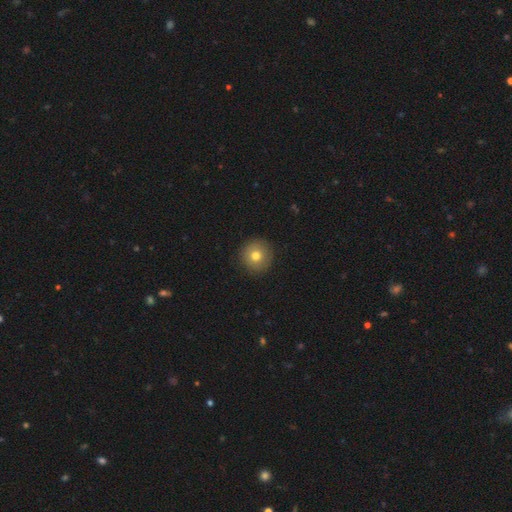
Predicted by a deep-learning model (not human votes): A smooth galaxy with no disk features (76%) that is round (96%).

Vote fractions:
- Smooth or featured? smooth: 76% / featured or disk: 13% / star or artifact: 11%
- How rounded? round: 96% / in between: 3% / cigar-shaped: 1%
- Merging? none: 91% / minor disturbance: 6% / major disturbance: 2% / merger: 1%